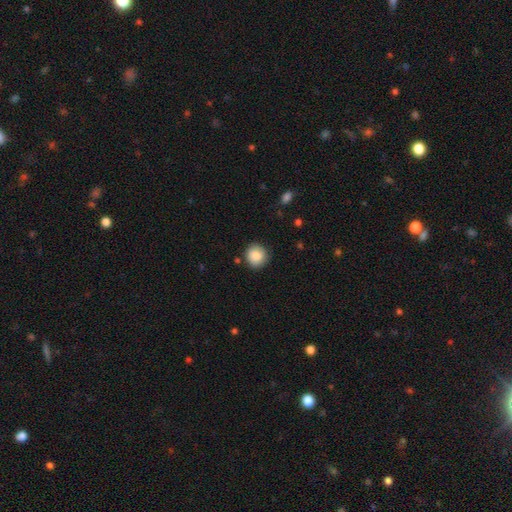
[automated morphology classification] smooth_or_featured: smooth (p=0.86) [alt: star or artifact p=0.08]
how_rounded: round (p=0.90) [alt: in between p=0.09]
merging: none (p=0.83) [alt: minor disturbance p=0.12]